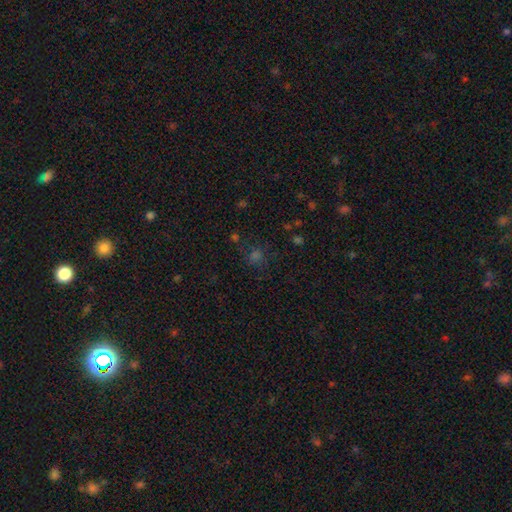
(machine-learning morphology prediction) type=smooth (51%); roundness=round (86%); merging=none (79%).